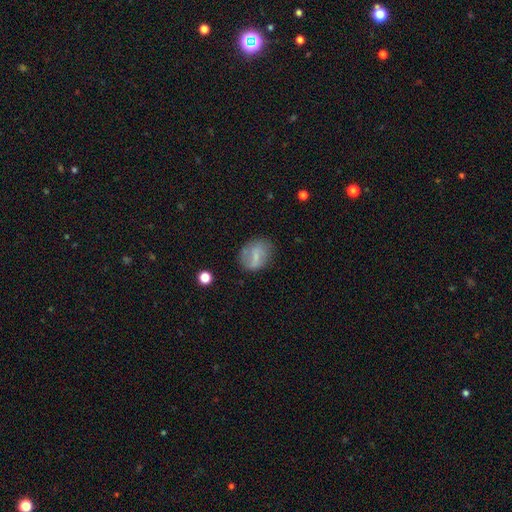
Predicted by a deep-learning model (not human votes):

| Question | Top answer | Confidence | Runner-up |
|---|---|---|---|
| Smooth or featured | smooth | 55% | featured or disk (37%) |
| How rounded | in between | 57% | round (41%) |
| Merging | none | 68% | minor disturbance (21%) |